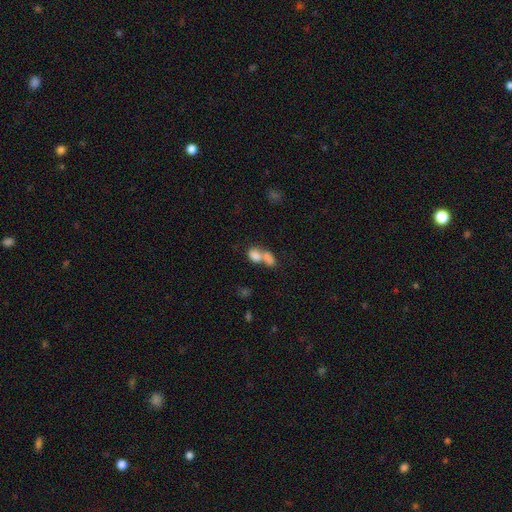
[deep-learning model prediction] Q: Smooth or featured?
A: smooth (78%); runner-up: featured or disk (13%)
Q: How rounded?
A: in between (77%); runner-up: round (20%)
Q: Merging?
A: merger (71%); runner-up: none (18%)